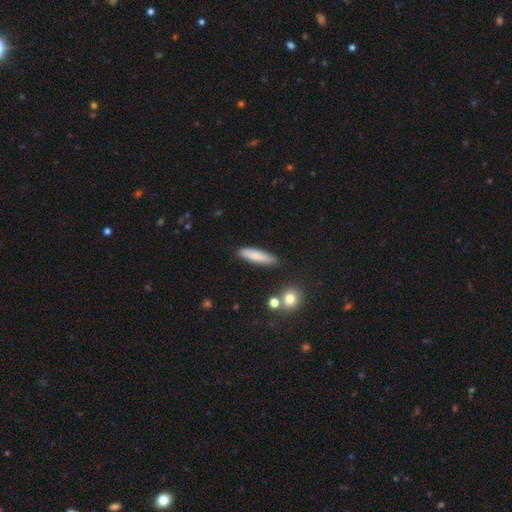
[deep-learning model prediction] A smooth galaxy with no disk features (79%) that is cigar-shaped (74%). Merging: none (84%).